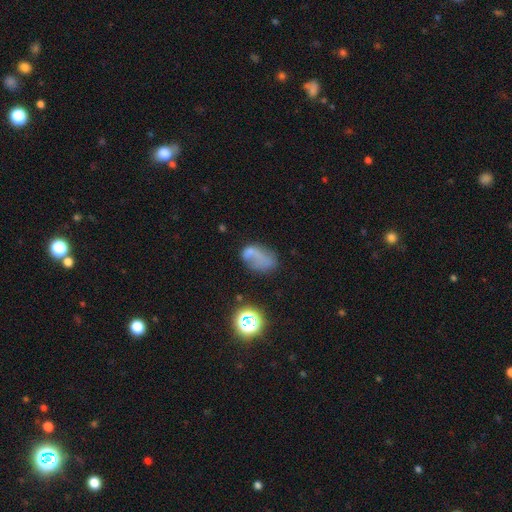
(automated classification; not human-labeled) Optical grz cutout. It shows a smooth galaxy with no disk features (55%) that is in between round and cigar-shaped (81%). Merging: none (39%).